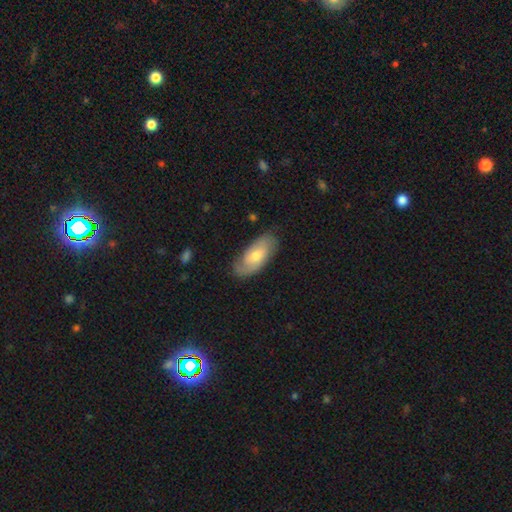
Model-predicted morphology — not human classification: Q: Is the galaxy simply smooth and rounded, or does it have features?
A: featured or disk — 48%.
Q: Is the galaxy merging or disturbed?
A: none — 78%.